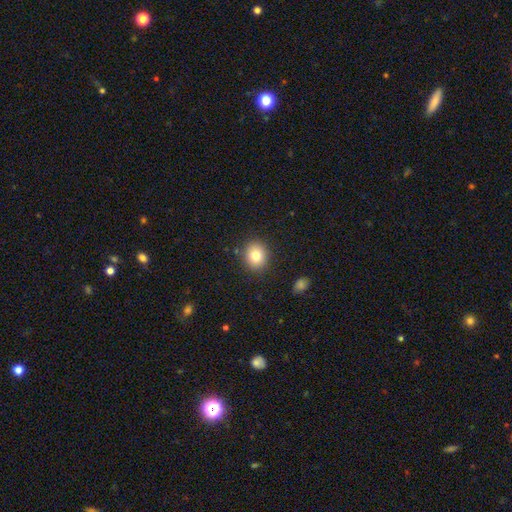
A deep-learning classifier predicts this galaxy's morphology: Q: Smooth or featured?
A: smooth (80%); runner-up: star or artifact (11%)
Q: How rounded?
A: round (75%); runner-up: in between (24%)
Q: Merging?
A: none (87%); runner-up: minor disturbance (8%)